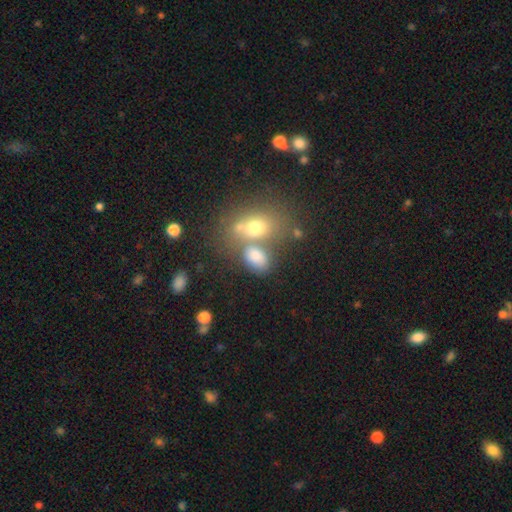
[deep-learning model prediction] smooth 73%, star or artifact 13%, featured or disk 13%. Down the decision tree: how rounded — in between (78%); merging — none (43%).